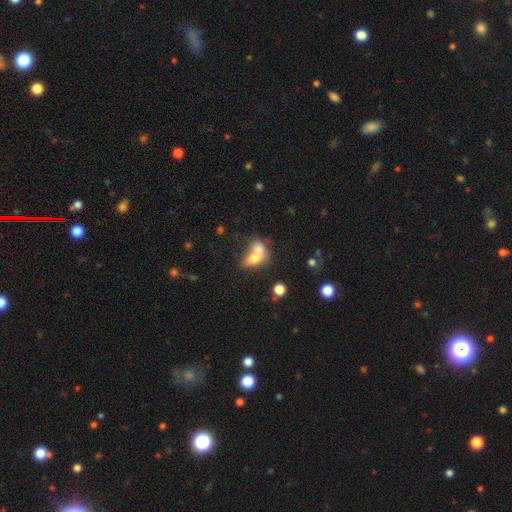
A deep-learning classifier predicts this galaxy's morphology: Smooth or featured?
  - smooth: 70% *
  - featured or disk: 21%
  - star or artifact: 10%
How rounded?
  - in between: 72% *
  - round: 25%
  - cigar-shaped: 3%
Merging?
  - merger: 72% *
  - none: 17%
  - minor disturbance: 7%
  - major disturbance: 5%